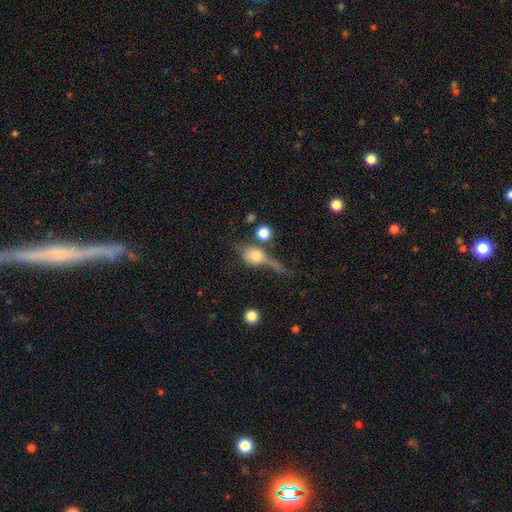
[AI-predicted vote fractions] A smooth galaxy with no disk features (64%) that is round (49%).

Vote fractions:
- Smooth or featured? smooth: 64% / featured or disk: 26% / star or artifact: 11%
- How rounded? round: 49% / in between: 44% / cigar-shaped: 7%
- Merging? major disturbance: 30% / none: 28% / merger: 23% / minor disturbance: 19%